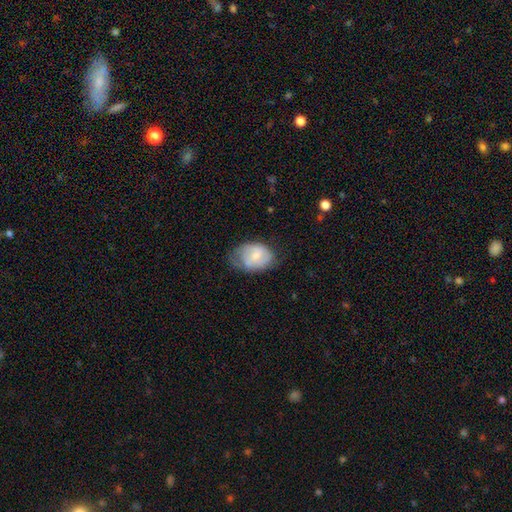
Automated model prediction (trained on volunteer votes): smooth_or_featured: smooth (p=0.57) [alt: featured or disk p=0.36]
how_rounded: in between (p=0.75) [alt: round p=0.24]
merging: none (p=0.48) [alt: minor disturbance p=0.35]